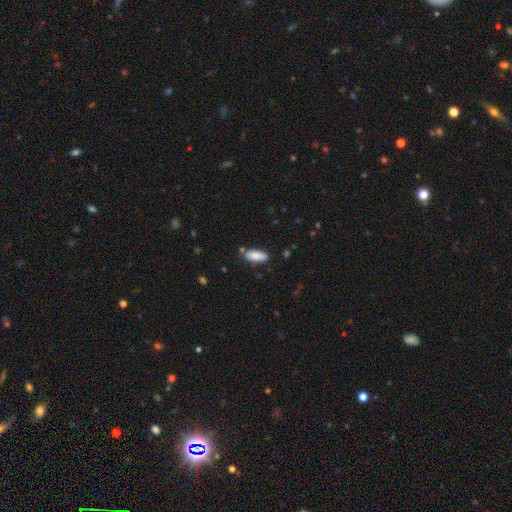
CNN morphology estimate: This appears to be a smooth galaxy with no disk features (84%) that is in between round and cigar-shaped (77%). Merging: none (79%).